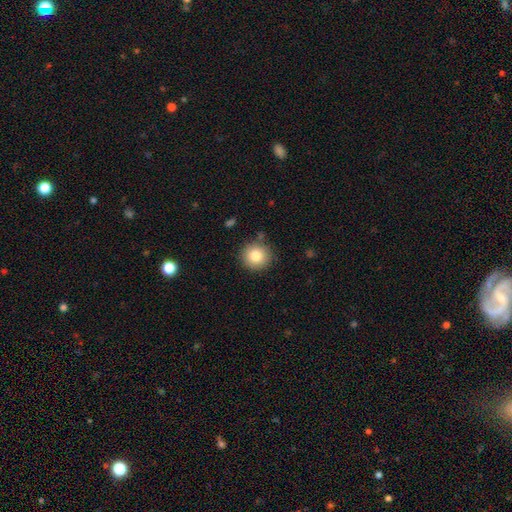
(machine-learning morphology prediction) This is clearly a smooth galaxy (83%). How rounded: clearly round (93%). Merging: clearly none (87%).